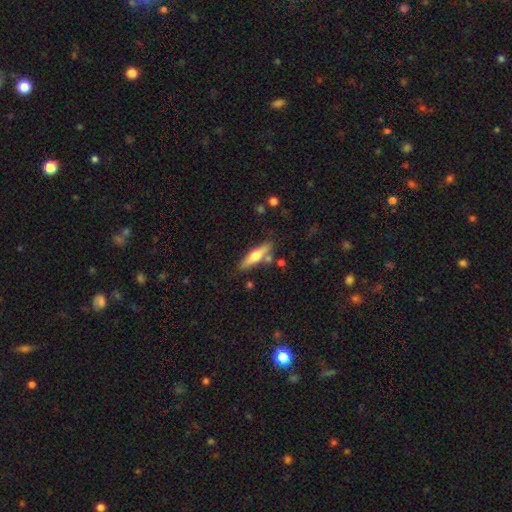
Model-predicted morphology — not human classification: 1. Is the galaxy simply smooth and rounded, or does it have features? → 51% smooth, 43% featured or disk, 6% star or artifact.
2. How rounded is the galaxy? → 72% cigar-shaped, 26% in between, 2% round.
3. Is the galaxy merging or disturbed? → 75% none, 13% minor disturbance, 8% merger, 3% major disturbance.